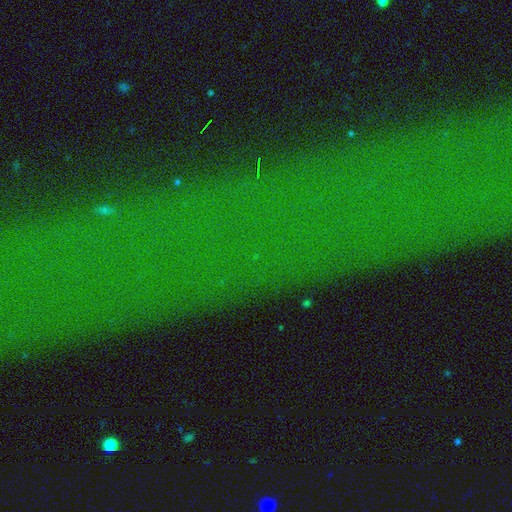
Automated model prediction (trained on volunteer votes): A star or artifact, not a galaxy (77%).